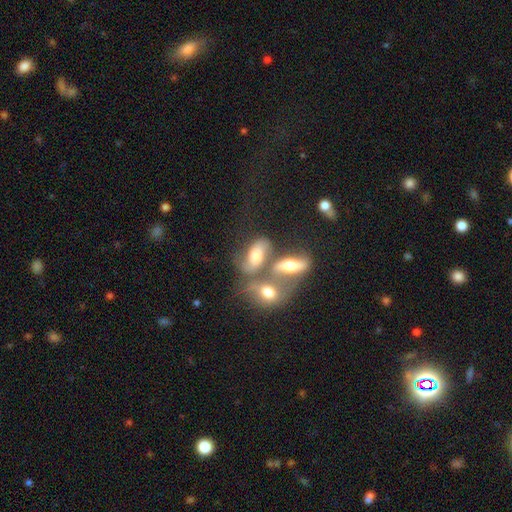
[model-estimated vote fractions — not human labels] Smooth or featured? featured or disk (46%)
Merging? merger (55%)